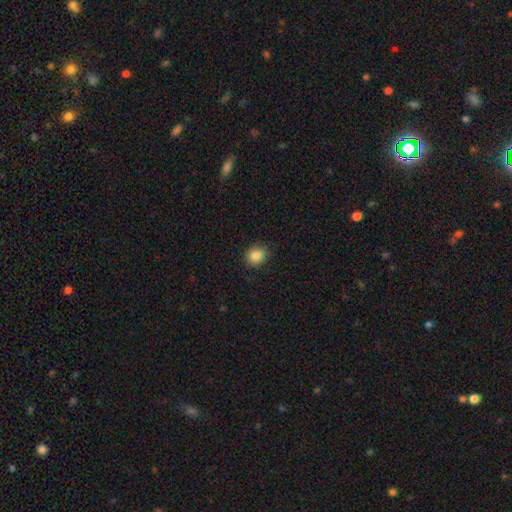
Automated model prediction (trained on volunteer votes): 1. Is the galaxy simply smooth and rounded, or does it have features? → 87% smooth, 9% star or artifact, 4% featured or disk.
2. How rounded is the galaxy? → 67% round, 32% in between, 1% cigar-shaped.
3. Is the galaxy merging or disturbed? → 86% none, 10% minor disturbance, 2% major disturbance, 1% merger.